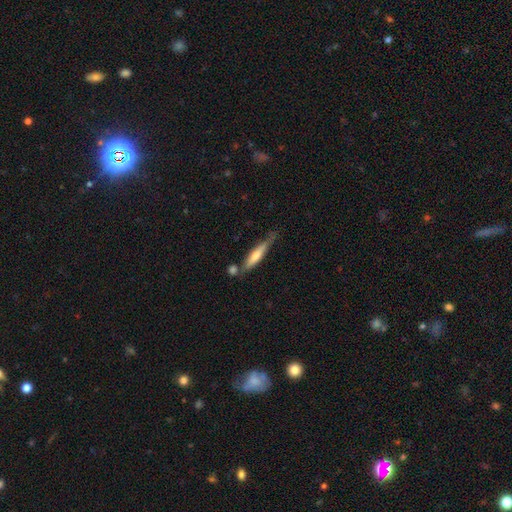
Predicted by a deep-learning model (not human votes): smooth-or-featured: smooth: 56% | featured or disk: 39% | star or artifact: 5%
  how-rounded: cigar-shaped: 86% | in between: 13% | round: 1%
  merging: none: 57% | minor disturbance: 23% | merger: 13% | major disturbance: 6%